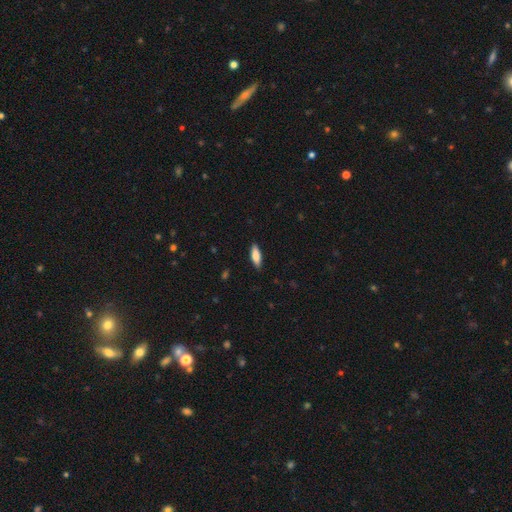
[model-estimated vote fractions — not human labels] Smooth or featured? Predicted: smooth (p=0.80). How rounded? Predicted: in between (p=0.63). Merging? Predicted: none (p=0.88).